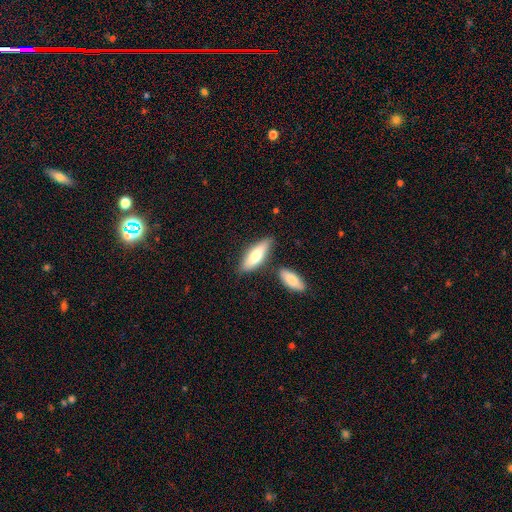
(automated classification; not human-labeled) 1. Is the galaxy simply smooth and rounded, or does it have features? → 68% smooth, 26% featured or disk, 6% star or artifact.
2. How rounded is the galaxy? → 61% in between, 37% cigar-shaped, 2% round.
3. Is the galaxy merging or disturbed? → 73% none, 14% minor disturbance, 10% merger, 3% major disturbance.